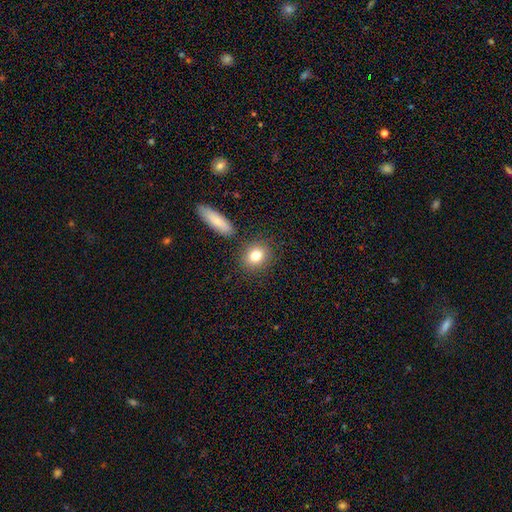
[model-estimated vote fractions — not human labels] Smooth or featured?
  - smooth: 80% *
  - featured or disk: 11%
  - star or artifact: 9%
How rounded?
  - round: 64% *
  - in between: 34%
  - cigar-shaped: 2%
Merging?
  - none: 82% *
  - minor disturbance: 9%
  - merger: 7%
  - major disturbance: 3%